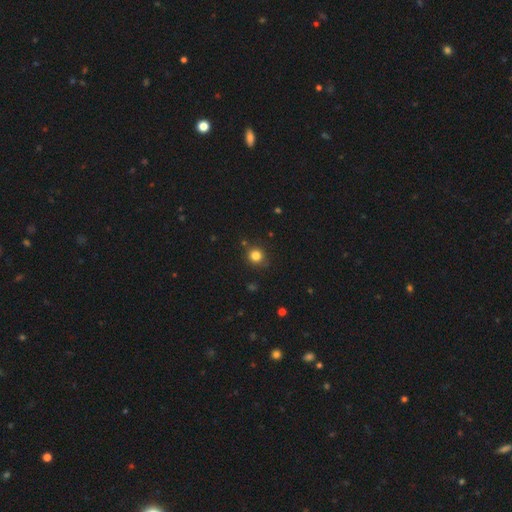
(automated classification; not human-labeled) Smooth or featured: smooth — 82% (star or artifact — 13%)
How rounded: round — 91% (in between — 8%)
Merging: none — 85% (minor disturbance — 10%)